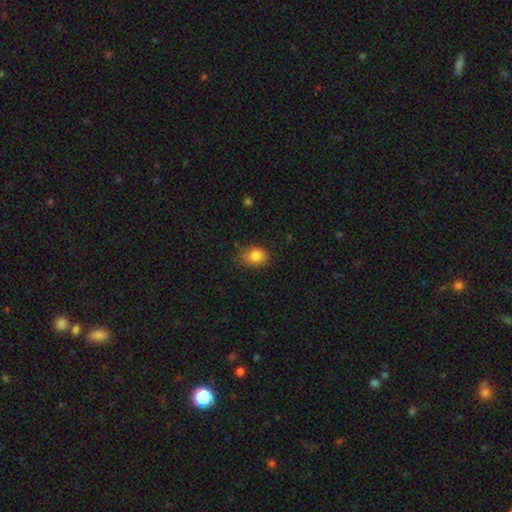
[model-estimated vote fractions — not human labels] smooth_or_featured: smooth (p=0.84) [alt: star or artifact p=0.10]
how_rounded: in between (p=0.56) [alt: round p=0.43]
merging: none (p=0.70) [alt: minor disturbance p=0.24]